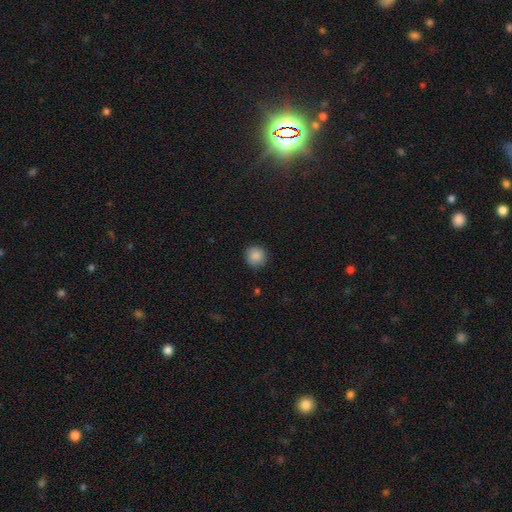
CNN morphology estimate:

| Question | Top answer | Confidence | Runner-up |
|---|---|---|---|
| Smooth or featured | smooth | 88% | star or artifact (9%) |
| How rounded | round | 94% | in between (5%) |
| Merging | none | 91% | minor disturbance (6%) |